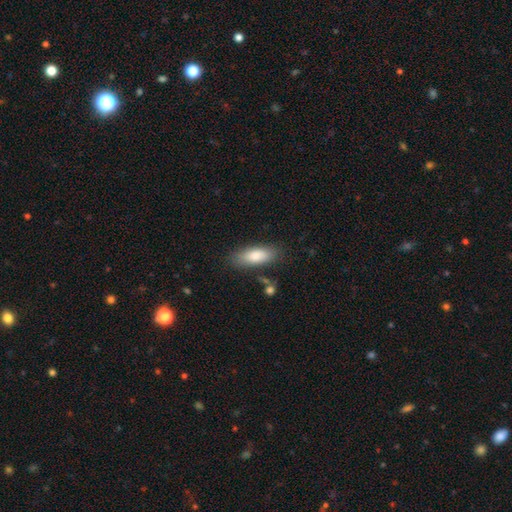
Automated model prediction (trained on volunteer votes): Morphology: type=smooth (81%); roundness=in between (71%); merging=none (80%).